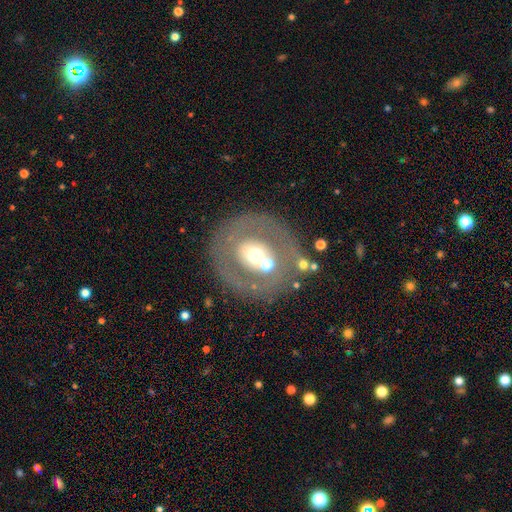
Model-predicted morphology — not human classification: smooth-or-featured: featured or disk: 52% | smooth: 38% | star or artifact: 10%
  disk-edge-on: no: 94% | yes: 6%
  merging: none: 70% | minor disturbance: 12% | major disturbance: 10% | merger: 8%